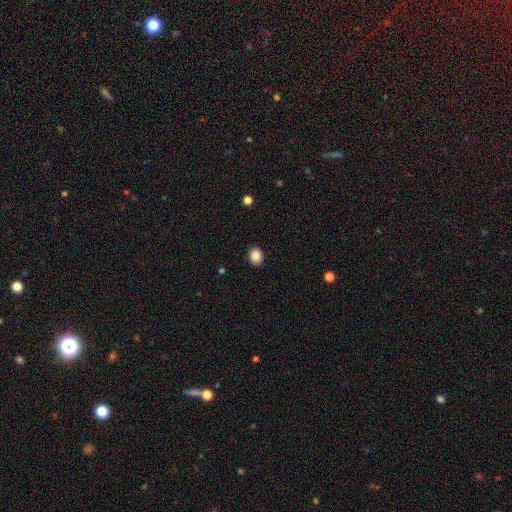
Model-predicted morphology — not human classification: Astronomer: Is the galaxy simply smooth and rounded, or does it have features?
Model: smooth — 88%.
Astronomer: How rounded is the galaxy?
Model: round — 60% (runner-up: in between, 39%).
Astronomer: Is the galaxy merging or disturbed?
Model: none — 91%.